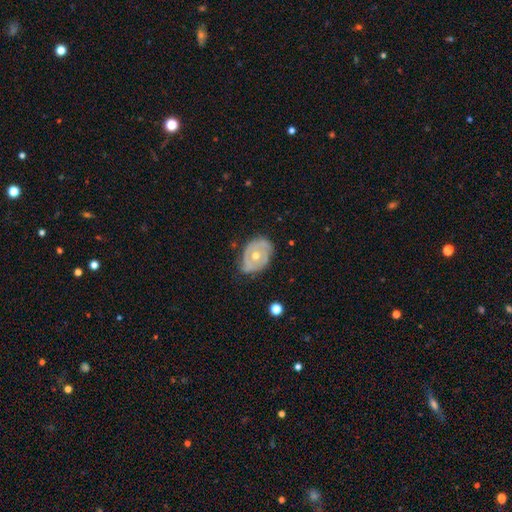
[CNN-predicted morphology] smooth_or_featured: featured or disk (p=0.72) [alt: smooth p=0.22]
disk_edge_on: no (p=0.95) [alt: yes p=0.05]
bar: no (p=0.84) [alt: weak p=0.13]
has_spiral_arms: yes (p=0.66) [alt: no p=0.34]
bulge_size: moderate (p=0.67) [alt: small p=0.29]
merging: none (p=0.64) [alt: minor disturbance p=0.27]